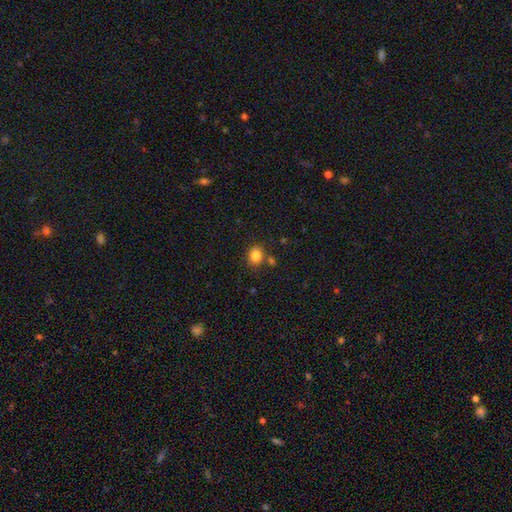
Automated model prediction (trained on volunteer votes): smooth_or_featured: smooth (p=0.83) [alt: star or artifact p=0.11]
how_rounded: round (p=0.61) [alt: in between p=0.38]
merging: none (p=0.75) [alt: minor disturbance p=0.12]